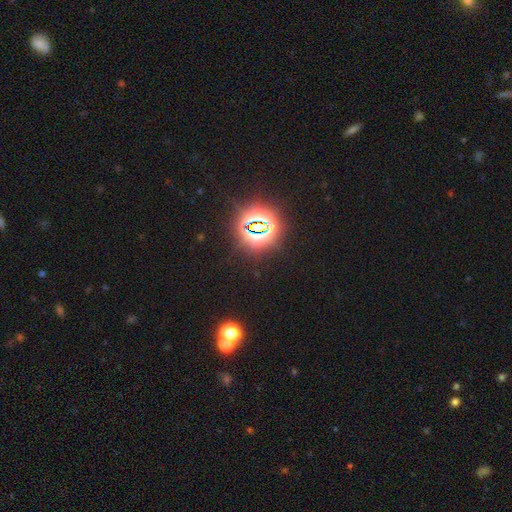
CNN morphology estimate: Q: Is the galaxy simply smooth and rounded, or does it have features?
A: star or artifact — 80%.